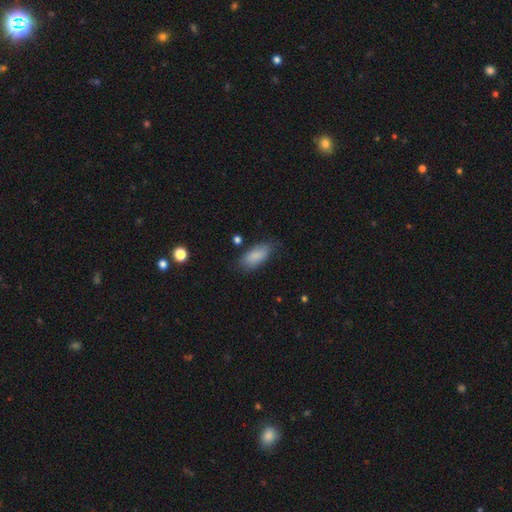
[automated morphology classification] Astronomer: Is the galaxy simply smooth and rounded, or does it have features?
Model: smooth — 86%.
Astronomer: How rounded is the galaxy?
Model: in between — 87%.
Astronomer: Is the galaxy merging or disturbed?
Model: none — 75%.